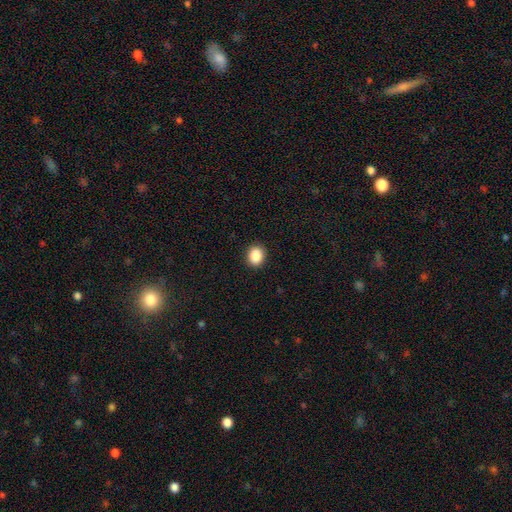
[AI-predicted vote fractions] Smooth or featured: smooth — 88% (star or artifact — 8%)
How rounded: round — 57% (in between — 42%)
Merging: none — 91% (minor disturbance — 6%)